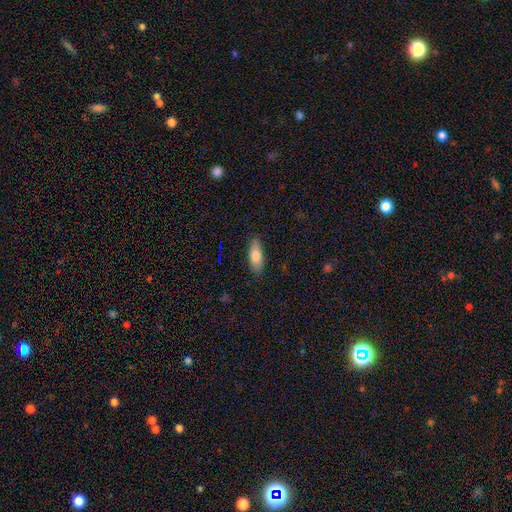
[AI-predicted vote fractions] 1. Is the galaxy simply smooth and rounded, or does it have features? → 75% smooth, 19% featured or disk, 7% star or artifact.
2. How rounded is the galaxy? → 69% in between, 29% cigar-shaped, 2% round.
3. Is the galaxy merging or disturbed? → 88% none, 9% minor disturbance, 2% major disturbance, 1% merger.